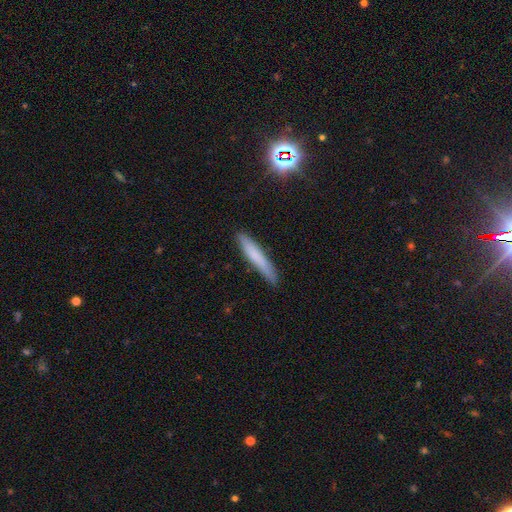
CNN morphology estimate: smooth 71%, featured or disk 21%, star or artifact 8%. Down the decision tree: how rounded — cigar-shaped (93%); merging — none (82%).